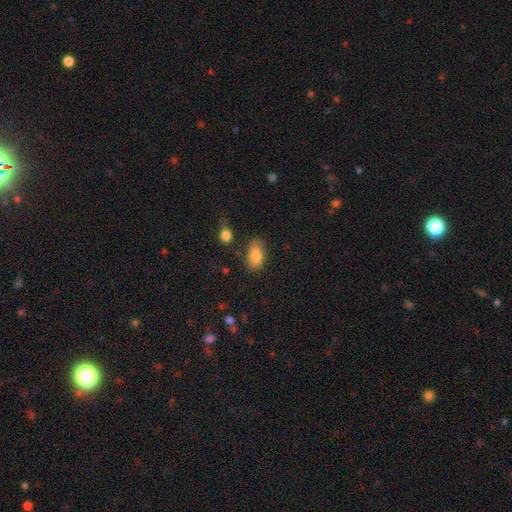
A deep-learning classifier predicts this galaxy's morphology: Q: Smooth or featured?
A: smooth (84%); runner-up: featured or disk (8%)
Q: How rounded?
A: in between (90%); runner-up: round (7%)
Q: Merging?
A: none (71%); runner-up: minor disturbance (19%)